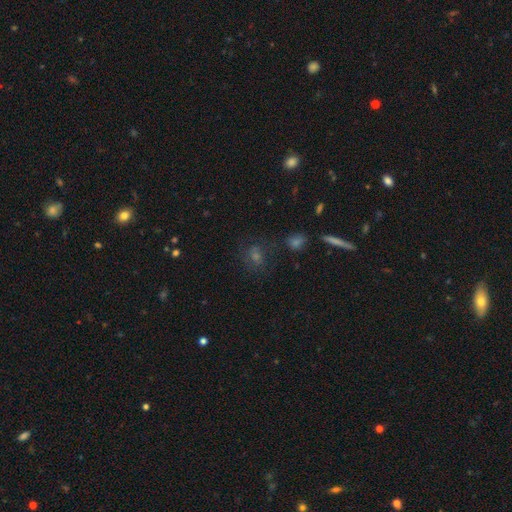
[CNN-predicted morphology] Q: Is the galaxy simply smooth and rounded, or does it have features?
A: smooth — 40%.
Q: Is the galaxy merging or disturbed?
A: none — 72%.